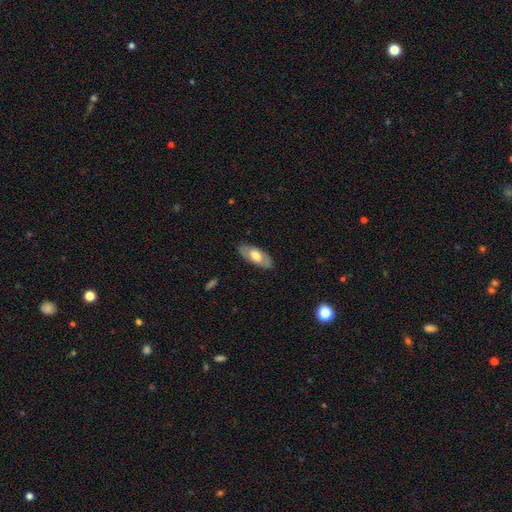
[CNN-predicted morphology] Smooth or featured? Predicted: smooth (p=0.58). How rounded? Predicted: in between (p=0.85). Merging? Predicted: none (p=0.84).